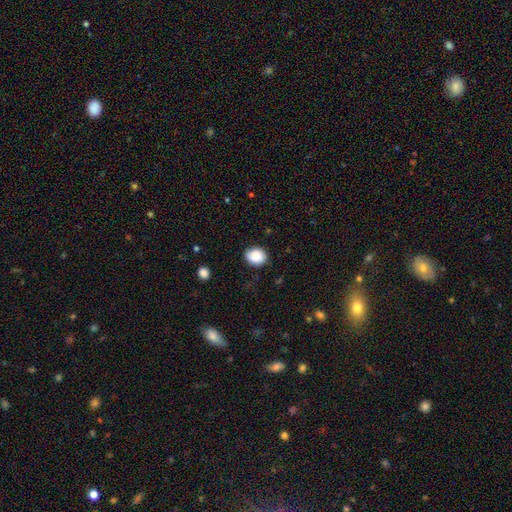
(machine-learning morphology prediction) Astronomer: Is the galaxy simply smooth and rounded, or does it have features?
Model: smooth — 86%.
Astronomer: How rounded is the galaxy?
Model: round — 53% (runner-up: in between, 46%).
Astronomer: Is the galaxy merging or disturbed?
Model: none — 80%.